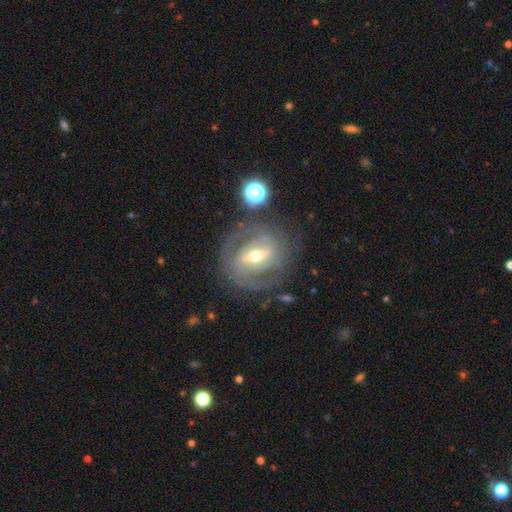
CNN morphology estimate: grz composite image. It shows a featured or disk galaxy (83%) with a strong bar (52%), 2 (53%) tight (58%) spiral arms (87%) and a moderate central bulge (59%). Merging: none (74%).